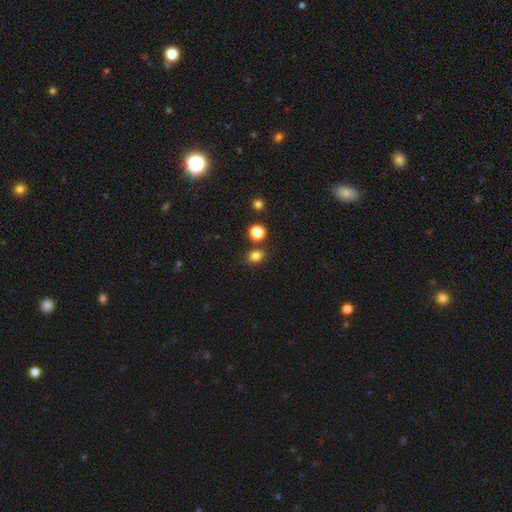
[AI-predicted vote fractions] A smooth galaxy with no disk features (81%) that is round (57%). Merging: none (78%).